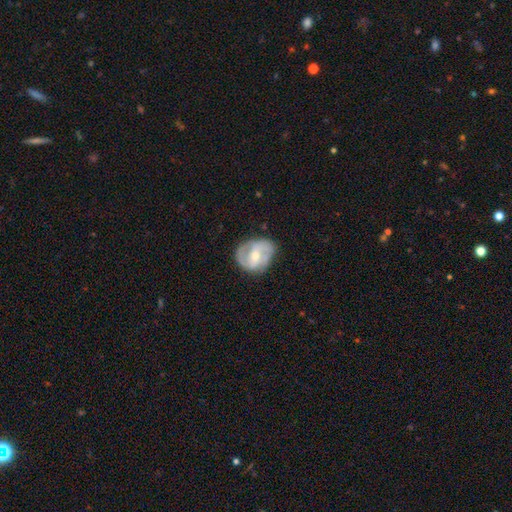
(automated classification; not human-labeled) This appears to be a featured or disk galaxy (72%) with a weak bar (47%), 2 (74%) medium (47%) spiral arms (85%) and a moderate central bulge (54%). Merging: none (67%).